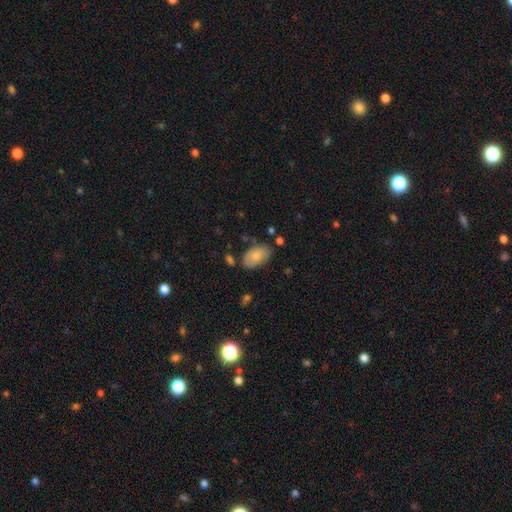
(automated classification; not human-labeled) Q: Smooth or featured?
A: smooth (78%); runner-up: featured or disk (15%)
Q: How rounded?
A: in between (93%); runner-up: round (6%)
Q: Merging?
A: none (74%); runner-up: minor disturbance (18%)